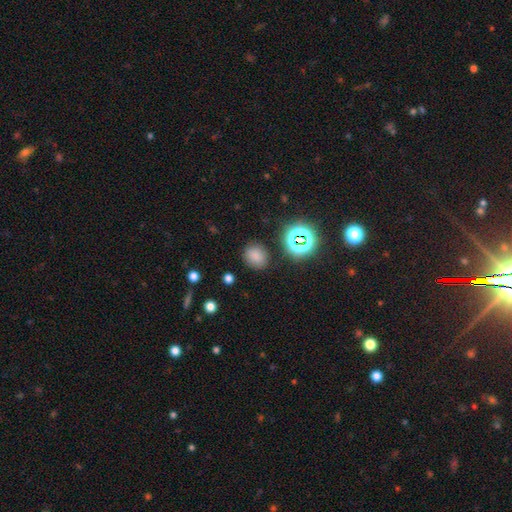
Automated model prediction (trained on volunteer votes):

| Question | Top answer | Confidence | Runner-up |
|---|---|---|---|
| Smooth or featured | smooth | 75% | star or artifact (19%) |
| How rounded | round | 66% | in between (33%) |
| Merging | none | 83% | minor disturbance (11%) |